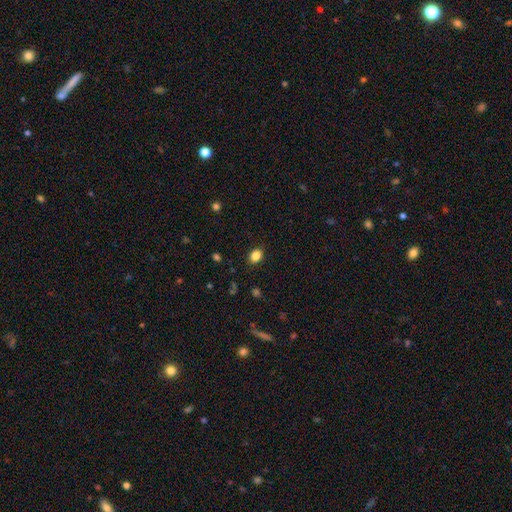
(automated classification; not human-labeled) smooth_or_featured: smooth (p=0.85) [alt: star or artifact p=0.11]
how_rounded: in between (p=0.58) [alt: round p=0.41]
merging: none (p=0.88) [alt: minor disturbance p=0.08]